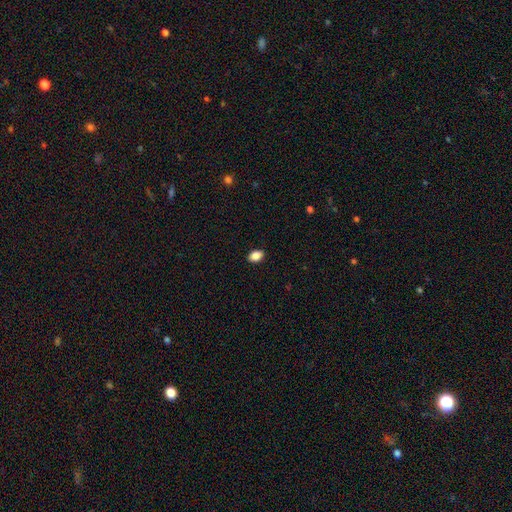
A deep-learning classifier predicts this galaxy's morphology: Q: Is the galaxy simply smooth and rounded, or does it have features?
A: smooth — 87%.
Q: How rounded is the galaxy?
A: in between — 80%.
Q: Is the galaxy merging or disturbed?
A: none — 88%.